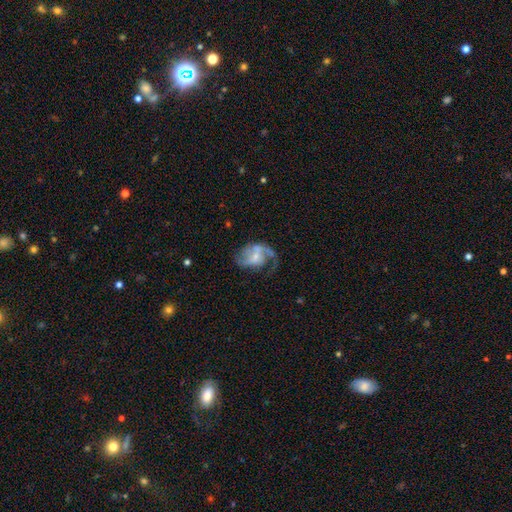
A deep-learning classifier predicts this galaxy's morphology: A featured or disk galaxy (75%) with a weak bar (44%), 2 (47%) loose (49%) spiral arms (86%) and a small central bulge (55%).

Vote fractions:
- Smooth or featured? featured or disk: 75% / smooth: 18% / star or artifact: 7%
- Edge-on disk? no: 97% / yes: 3%
- Bar? weak: 44% / no: 40% / strong: 16%
- Spiral arms? yes: 86% / no: 14%
- Spiral winding? loose: 49% / medium: 39% / tight: 12%
- Spiral arm count? 2: 47% / 1: 39% / can't tell: 8% / 3: 3% / 4: 1% / more than 4: 1%
- Bulge size? small: 55% / moderate: 29% / none: 11% / large: 3% / dominant: 1%
- Merging? none: 39% / major disturbance: 37% / minor disturbance: 21% / merger: 3%